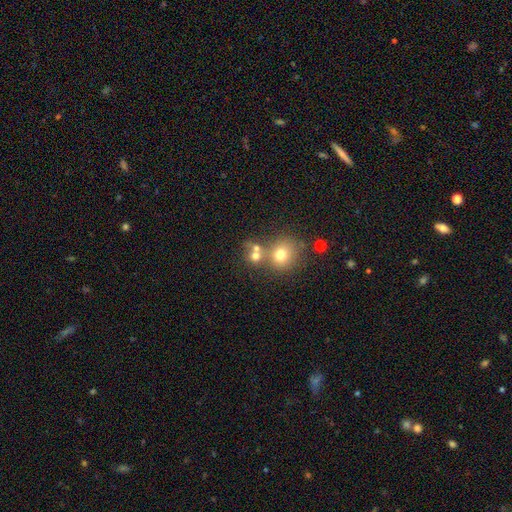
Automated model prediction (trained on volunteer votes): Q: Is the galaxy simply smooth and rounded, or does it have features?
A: smooth — 68%.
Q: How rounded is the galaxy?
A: round — 81%.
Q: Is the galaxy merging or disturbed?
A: none — 46%.